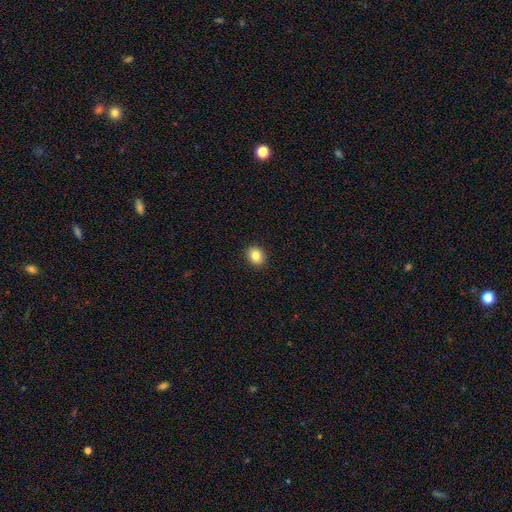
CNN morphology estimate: Smooth or featured? Predicted: smooth (p=0.83). How rounded? Predicted: round (p=0.66). Merging? Predicted: none (p=0.92).